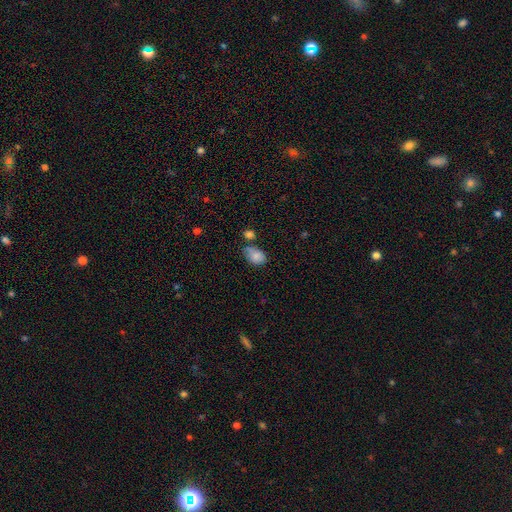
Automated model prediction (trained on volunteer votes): Overall: smooth (82%). How rounded: in between (79%). Merging: none (48%; minor disturbance 28%).